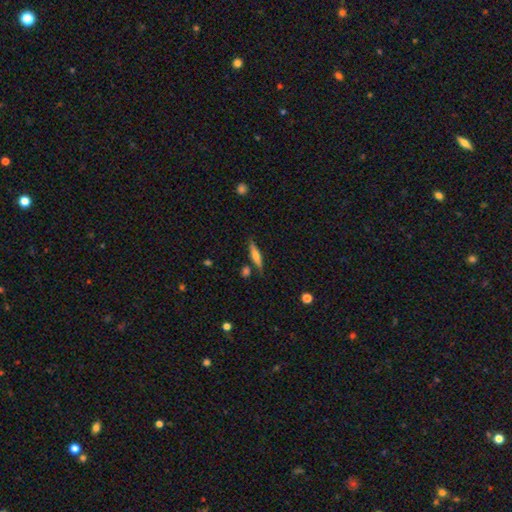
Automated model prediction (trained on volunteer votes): Morphology: type=smooth (51%); roundness=cigar-shaped (80%); merging=none (76%).